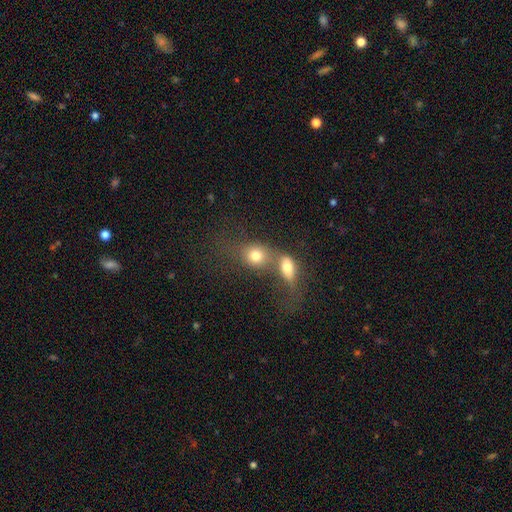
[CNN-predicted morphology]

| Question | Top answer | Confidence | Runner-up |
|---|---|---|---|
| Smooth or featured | smooth | 74% | featured or disk (15%) |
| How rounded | round | 53% | in between (45%) |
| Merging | merger | 65% | none (21%) |